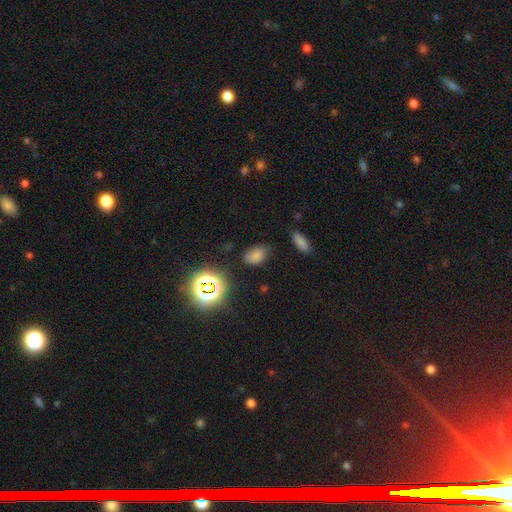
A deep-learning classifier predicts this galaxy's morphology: Smooth or featured?
  - smooth: 71% *
  - star or artifact: 22%
  - featured or disk: 7%
How rounded?
  - in between: 83% *
  - round: 15%
  - cigar-shaped: 1%
Merging?
  - none: 72% *
  - minor disturbance: 19%
  - major disturbance: 6%
  - merger: 3%